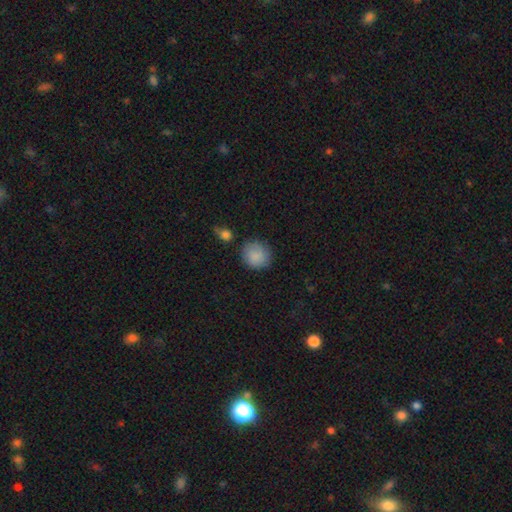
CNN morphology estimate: Q: Smooth or featured?
A: smooth (88%); runner-up: star or artifact (8%)
Q: How rounded?
A: round (87%); runner-up: in between (12%)
Q: Merging?
A: none (81%); runner-up: minor disturbance (12%)